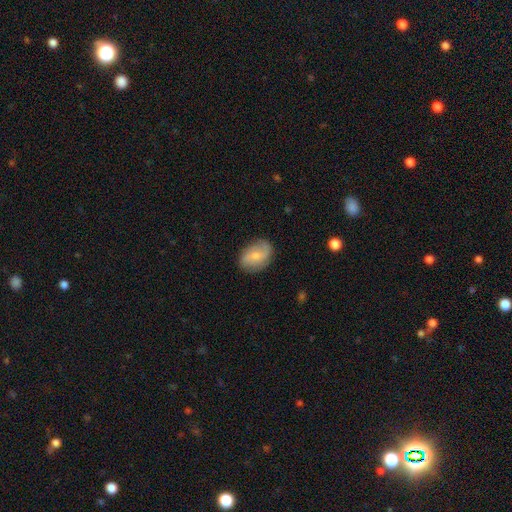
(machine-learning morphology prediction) type=smooth (48%); merging=none (78%).